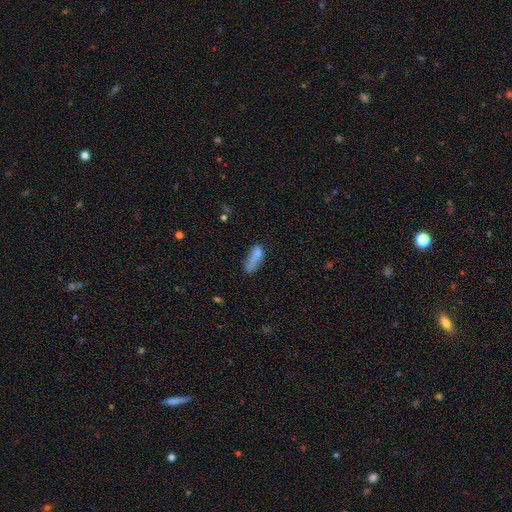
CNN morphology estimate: This is likely a smooth galaxy (71%). How rounded: likely in between (61%). Merging: marginally none (32%).